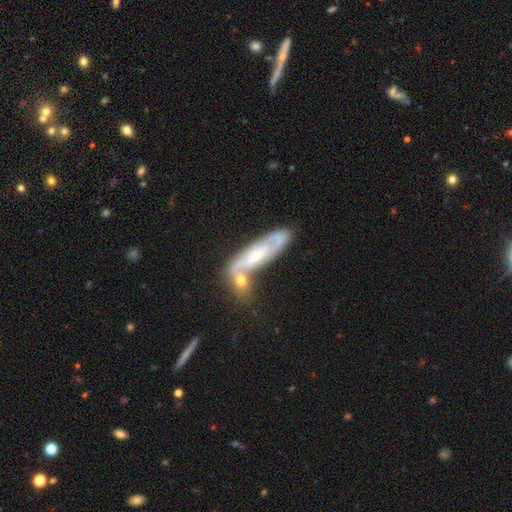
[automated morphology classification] This is likely a featured or disk galaxy (69%). It is likely not viewed edge-on (71%). Merging: marginally none (44%).